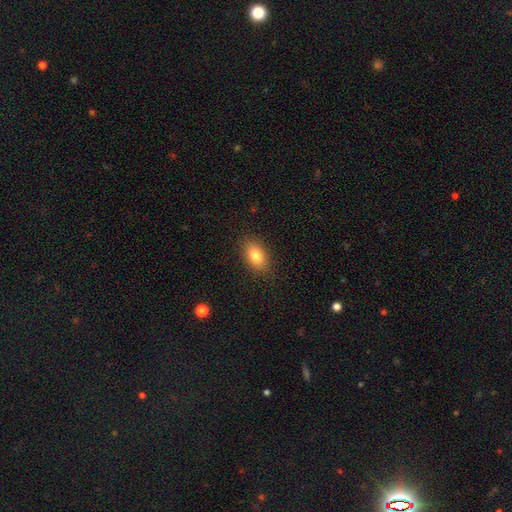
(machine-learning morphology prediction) The model was most divided on "smooth or featured": smooth: 83%, featured or disk: 9%, star or artifact: 9%. More confident: how rounded — in between (87%); merging — none (86%).